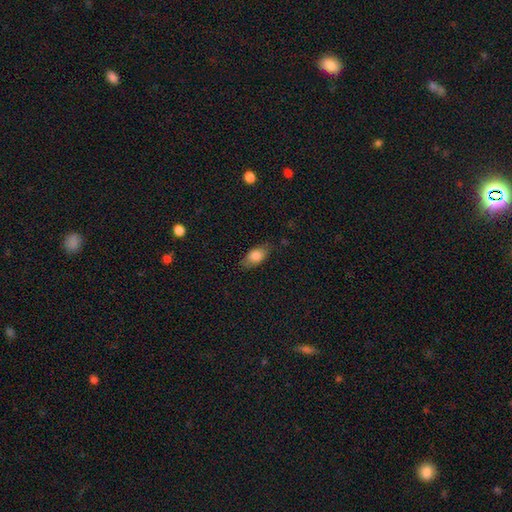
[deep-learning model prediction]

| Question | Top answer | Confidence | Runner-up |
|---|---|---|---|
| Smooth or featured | smooth | 80% | featured or disk (13%) |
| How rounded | in between | 86% | cigar-shaped (8%) |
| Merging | none | 76% | minor disturbance (18%) |